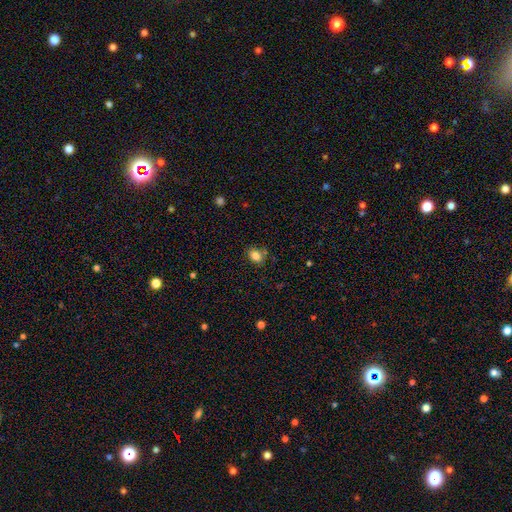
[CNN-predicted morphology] This is clearly a smooth galaxy (83%). How rounded: likely in between (66%). Merging: likely none (75%).